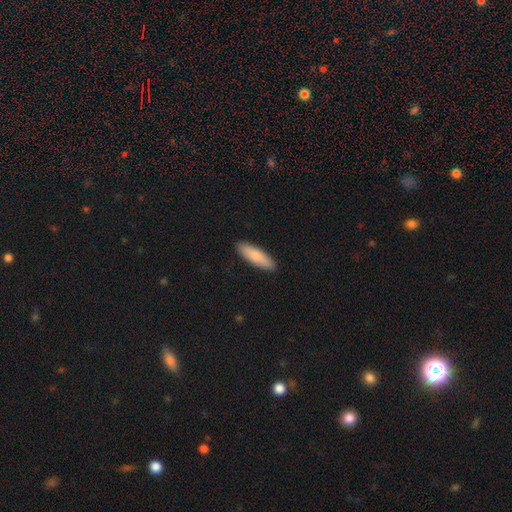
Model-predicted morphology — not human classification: smooth-or-featured: smooth: 86% | featured or disk: 9% | star or artifact: 5%
  how-rounded: cigar-shaped: 54% | in between: 45% | round: 2%
  merging: none: 90% | minor disturbance: 7% | major disturbance: 1% | merger: 1%